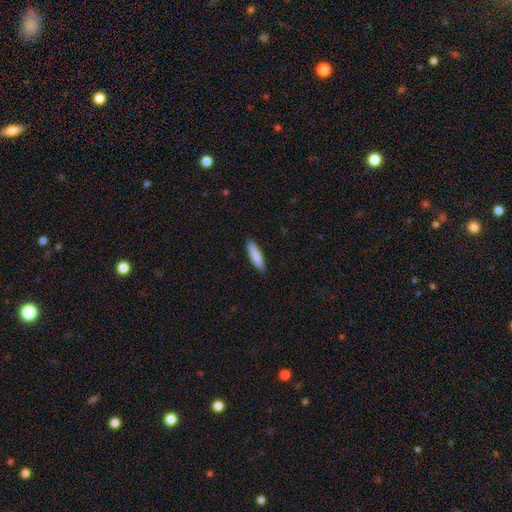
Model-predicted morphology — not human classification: Overall: smooth (87%). How rounded: cigar-shaped (73%). Merging: none (89%).